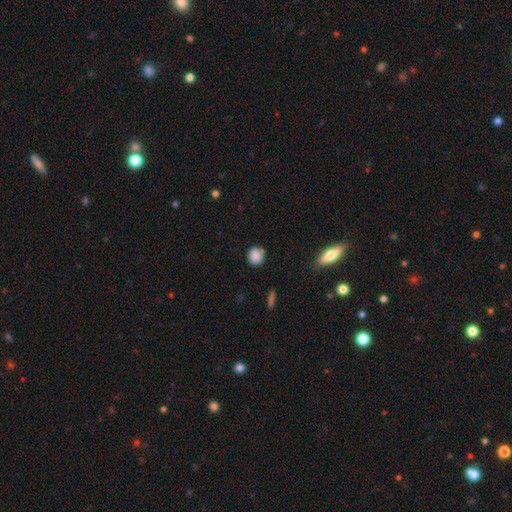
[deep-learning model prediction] Overall: smooth (87%). How rounded: round (86%). Merging: none (83%).